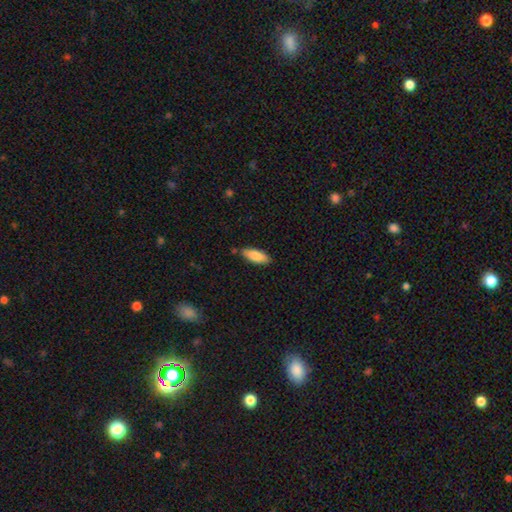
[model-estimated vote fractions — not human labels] Morphology: type=smooth (85%); roundness=in between (68%); merging=none (80%).